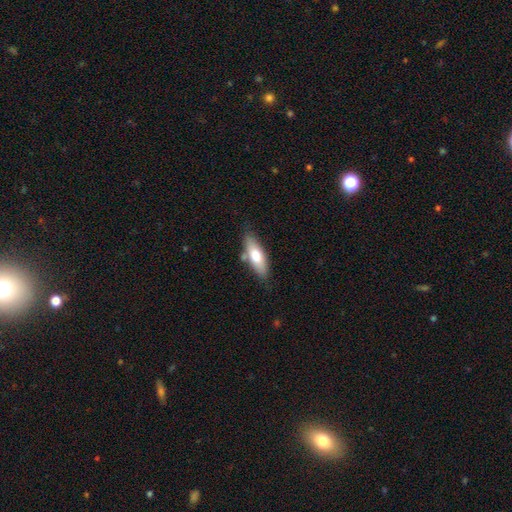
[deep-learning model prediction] Morphology: type=smooth (69%); roundness=in between (60%); merging=none (74%).